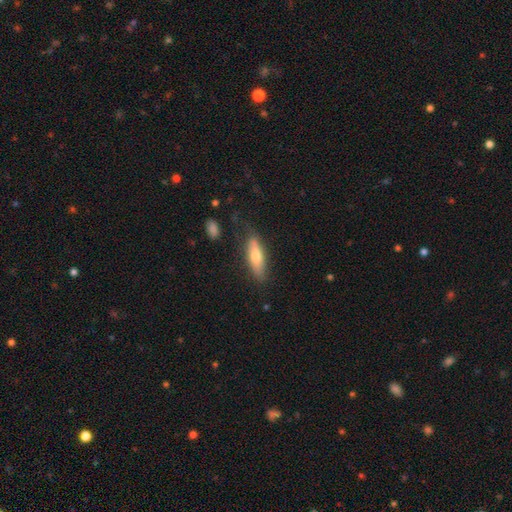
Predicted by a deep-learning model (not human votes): This is likely a smooth galaxy (62%). How rounded: possibly cigar-shaped (56%). Merging: likely none (75%).